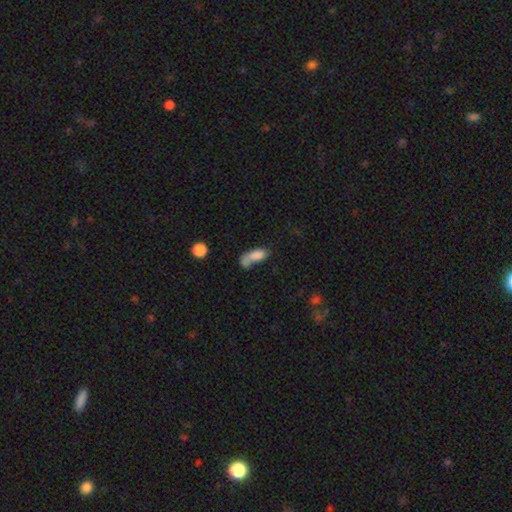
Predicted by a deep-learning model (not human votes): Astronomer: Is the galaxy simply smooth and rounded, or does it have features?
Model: smooth — 76%.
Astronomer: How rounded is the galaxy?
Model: in between — 78%.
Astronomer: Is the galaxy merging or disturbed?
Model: merger — 37% (runner-up: none, 26%).